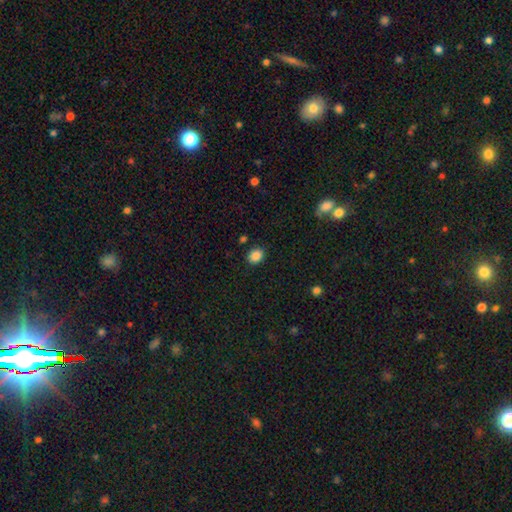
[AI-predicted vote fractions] smooth_or_featured: smooth (p=0.87) [alt: star or artifact p=0.10]
how_rounded: in between (p=0.51) [alt: round p=0.48]
merging: none (p=0.85) [alt: minor disturbance p=0.10]